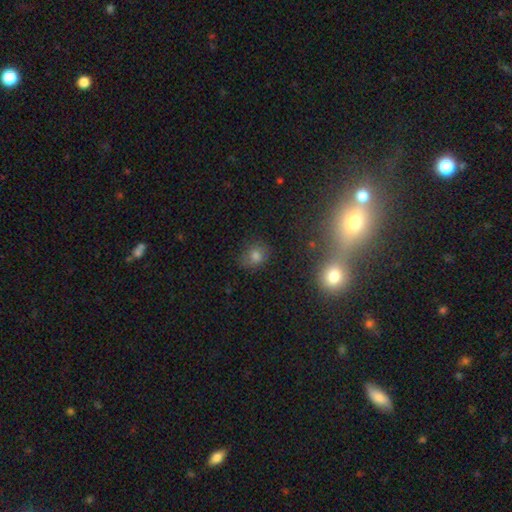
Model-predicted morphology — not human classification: Smooth or featured? Predicted: smooth (p=0.73). How rounded? Predicted: round (p=0.65). Merging? Predicted: none (p=0.75).